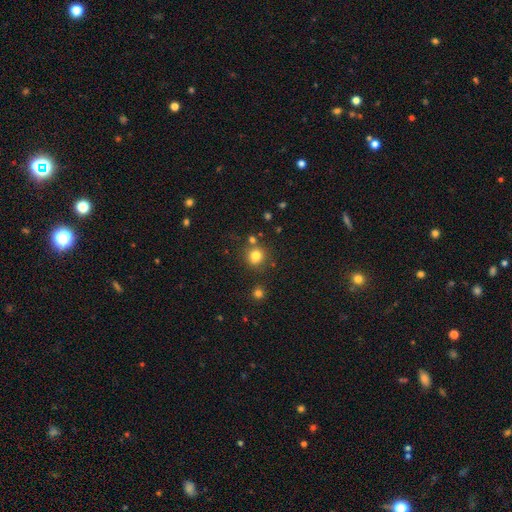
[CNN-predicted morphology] Smooth or featured?
  - smooth: 80% *
  - star or artifact: 13%
  - featured or disk: 7%
How rounded?
  - round: 88% *
  - in between: 11%
  - cigar-shaped: 1%
Merging?
  - none: 77% *
  - merger: 10%
  - minor disturbance: 10%
  - major disturbance: 3%